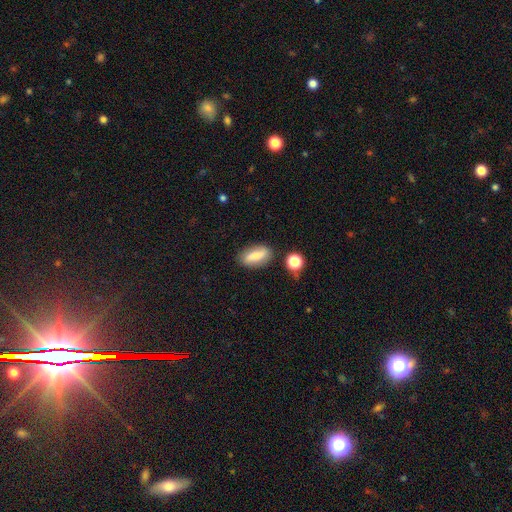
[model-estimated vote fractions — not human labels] smooth_or_featured: smooth (p=0.62) [alt: featured or disk p=0.30]
how_rounded: in between (p=0.79) [alt: cigar-shaped p=0.15]
merging: none (p=0.81) [alt: minor disturbance p=0.12]